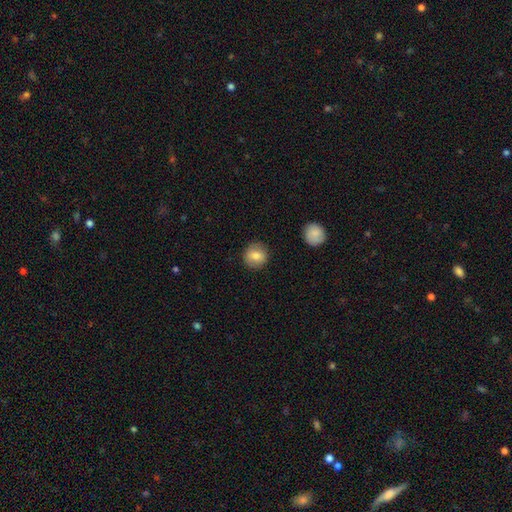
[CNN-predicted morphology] Overall: smooth (79%). How rounded: round (90%). Merging: none (89%).